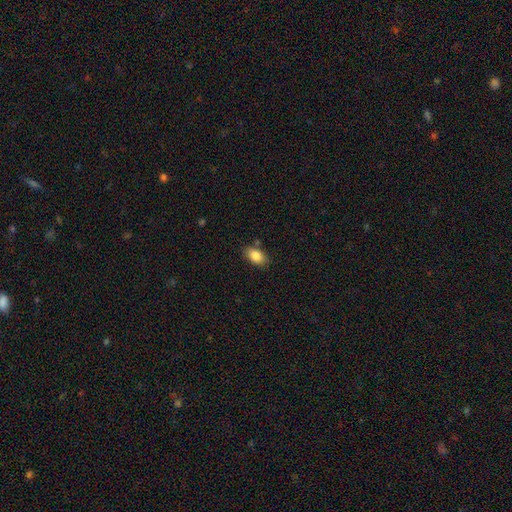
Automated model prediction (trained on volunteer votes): smooth_or_featured: smooth (p=0.86) [alt: star or artifact p=0.08]
how_rounded: in between (p=0.89) [alt: round p=0.09]
merging: none (p=0.79) [alt: minor disturbance p=0.14]